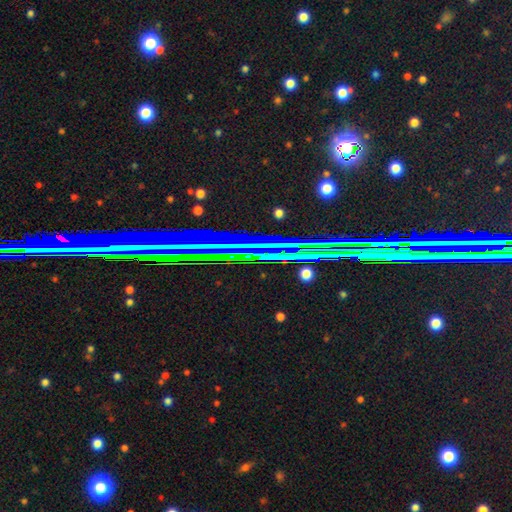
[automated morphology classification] type=star or artifact (76%).